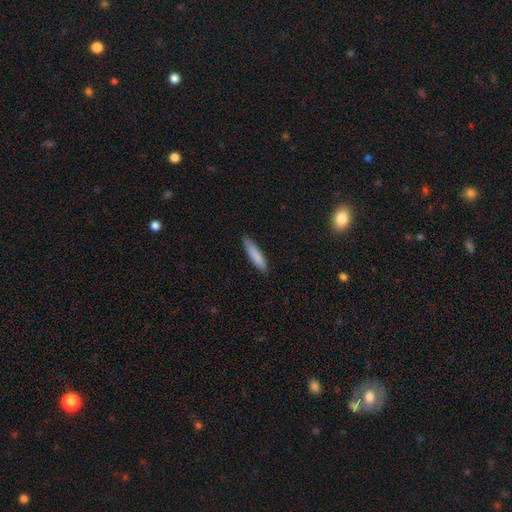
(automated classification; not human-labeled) Smooth or featured?
  - smooth: 84% *
  - featured or disk: 10%
  - star or artifact: 6%
How rounded?
  - cigar-shaped: 82% *
  - in between: 17%
  - round: 1%
Merging?
  - none: 84% *
  - minor disturbance: 13%
  - major disturbance: 2%
  - merger: 1%